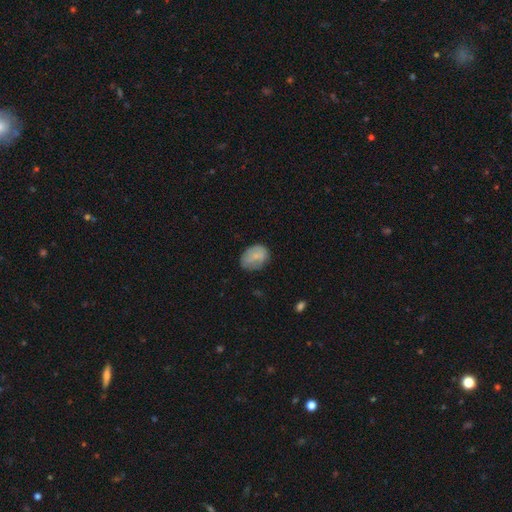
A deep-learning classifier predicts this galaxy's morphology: Overall: smooth (74%). How rounded: in between (64%; round 35%). Merging: none (64%; minor disturbance 27%).